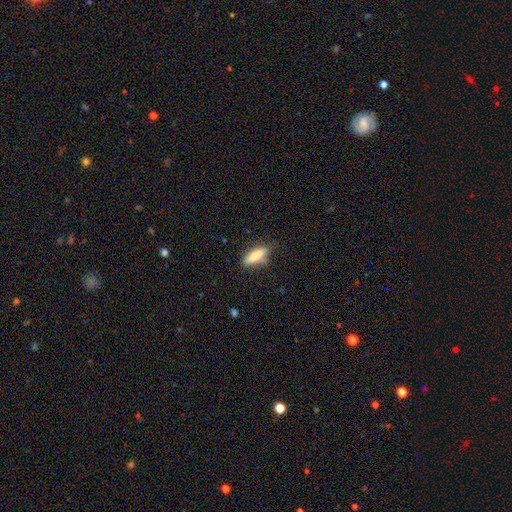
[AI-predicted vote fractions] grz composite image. It shows a smooth galaxy with no disk features (77%) that is in between round and cigar-shaped (51%). Merging: none (74%).